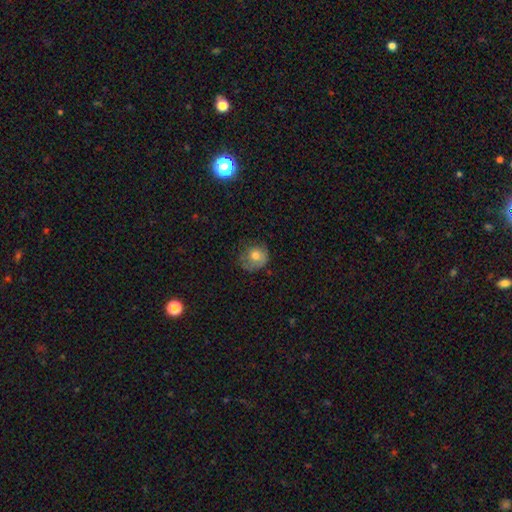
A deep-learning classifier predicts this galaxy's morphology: Smooth or featured? smooth (71%)
How rounded? round (79%)
Merging? none (56%)